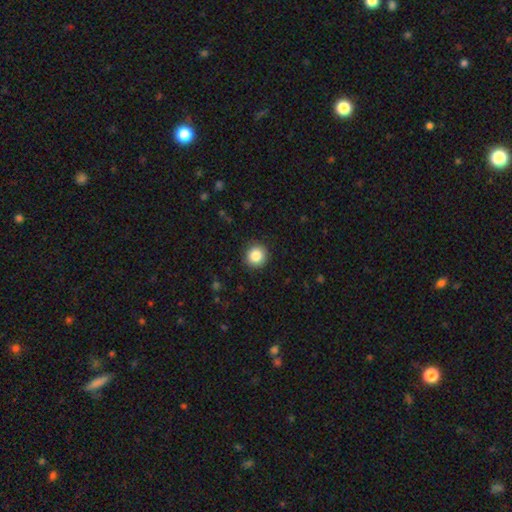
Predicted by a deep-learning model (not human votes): A smooth galaxy with no disk features (86%) that is round (93%). Merging: none (91%).